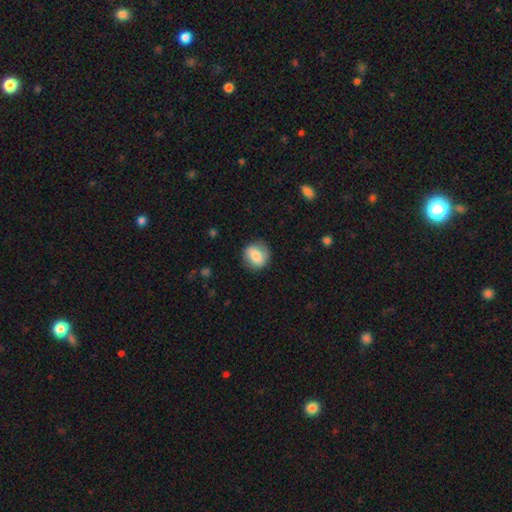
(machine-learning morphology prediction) Overall: smooth (75%). How rounded: round (81%). Merging: none (83%).